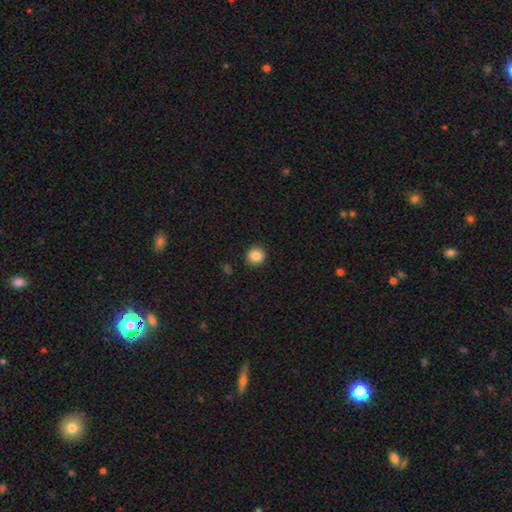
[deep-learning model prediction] Smooth or featured?
  - smooth: 86% *
  - star or artifact: 10%
  - featured or disk: 4%
How rounded?
  - round: 91% *
  - in between: 8%
  - cigar-shaped: 1%
Merging?
  - none: 92% *
  - minor disturbance: 5%
  - major disturbance: 2%
  - merger: 1%